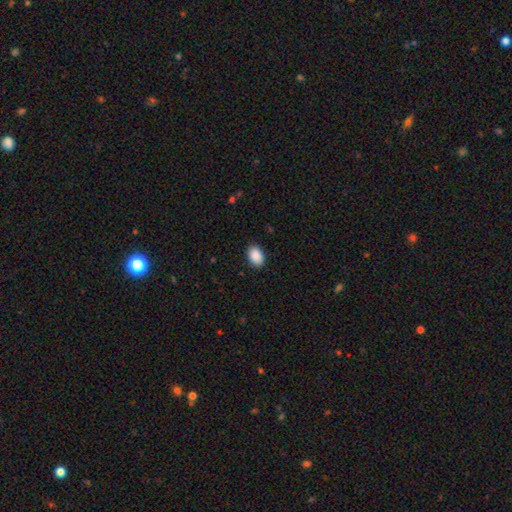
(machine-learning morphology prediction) type=smooth (90%); roundness=in between (84%); merging=none (89%).